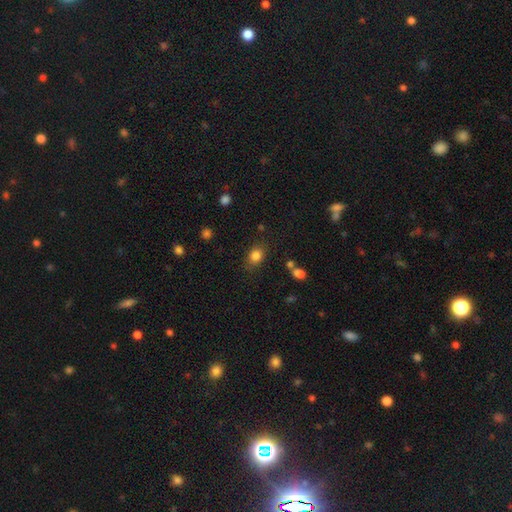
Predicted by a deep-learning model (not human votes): Smooth or featured: smooth — 84% (star or artifact — 10%)
How rounded: in between — 57% (round — 41%)
Merging: none — 78% (minor disturbance — 14%)